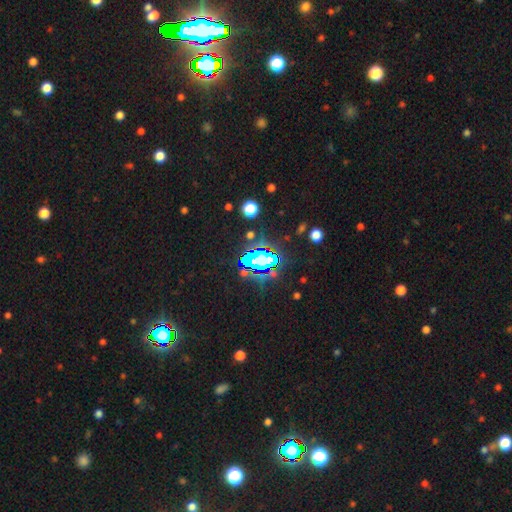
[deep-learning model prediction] Morphology: type=star or artifact (61%).